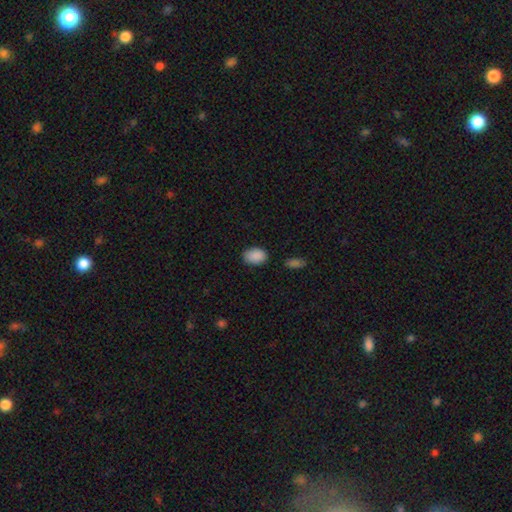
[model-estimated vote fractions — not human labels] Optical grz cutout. It shows a smooth galaxy with no disk features (90%) that is in between round and cigar-shaped (87%). Merging: none (82%).